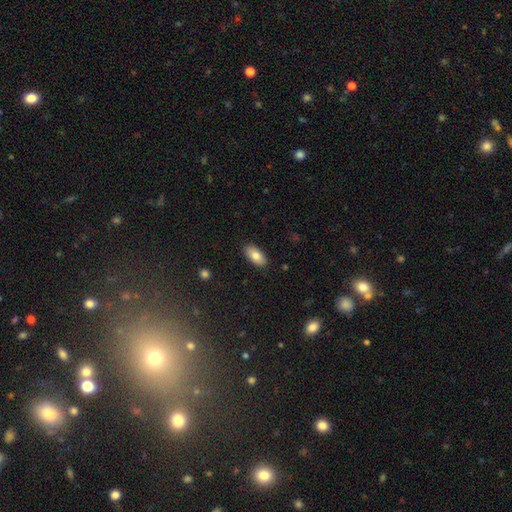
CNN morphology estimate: Smooth or featured? smooth (80%)
How rounded? in between (91%)
Merging? none (88%)